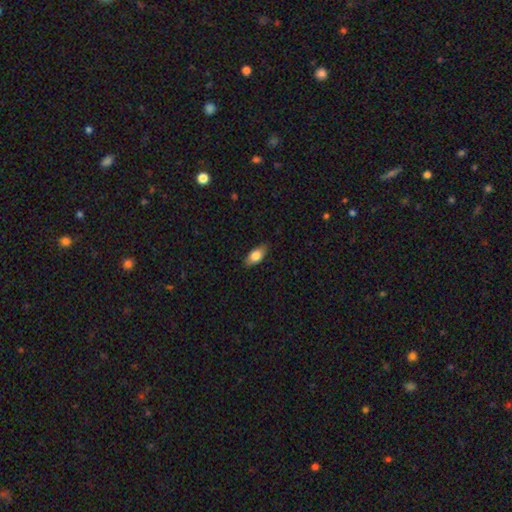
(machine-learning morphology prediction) smooth 78%, featured or disk 16%, star or artifact 7%. Down the decision tree: how rounded — in between (87%); merging — none (84%).